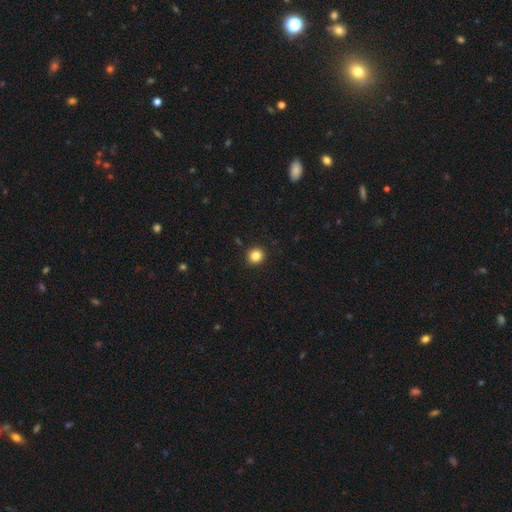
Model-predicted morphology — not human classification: Q: Smooth or featured?
A: smooth (85%); runner-up: star or artifact (11%)
Q: How rounded?
A: round (92%); runner-up: in between (7%)
Q: Merging?
A: none (93%); runner-up: minor disturbance (5%)